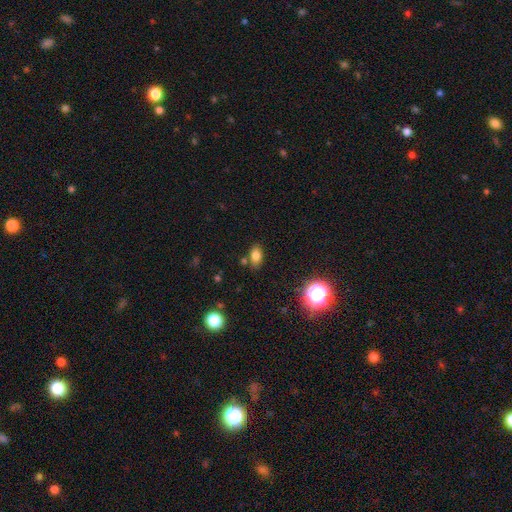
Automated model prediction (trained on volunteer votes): Smooth or featured: smooth — 76% (star or artifact — 14%)
How rounded: in between — 84% (round — 13%)
Merging: none — 76% (minor disturbance — 14%)